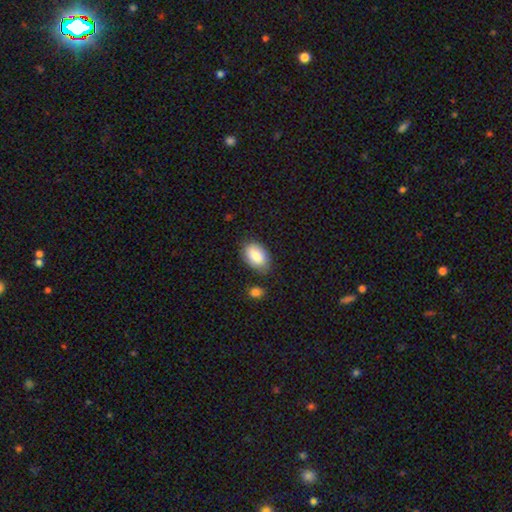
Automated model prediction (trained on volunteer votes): Smooth or featured?
  - smooth: 83% *
  - featured or disk: 10%
  - star or artifact: 7%
How rounded?
  - in between: 90% *
  - round: 9%
  - cigar-shaped: 1%
Merging?
  - none: 77% *
  - minor disturbance: 16%
  - merger: 4%
  - major disturbance: 3%